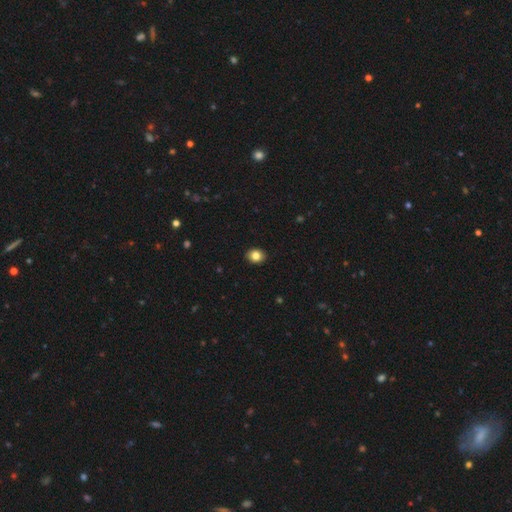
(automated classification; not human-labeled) Morphology: type=smooth (85%); roundness=in between (51%); merging=none (91%).